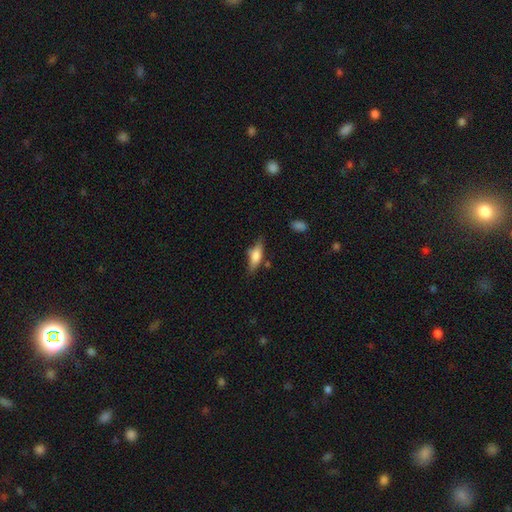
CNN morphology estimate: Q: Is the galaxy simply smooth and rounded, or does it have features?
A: smooth — 63%.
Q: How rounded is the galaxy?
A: in between — 54%.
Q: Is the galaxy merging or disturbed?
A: none — 69%.